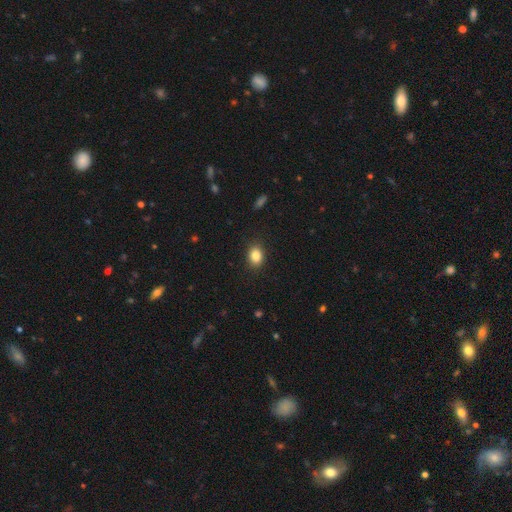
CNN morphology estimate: Smooth or featured: smooth — 85% (star or artifact — 9%)
How rounded: in between — 64% (round — 35%)
Merging: none — 89% (minor disturbance — 8%)